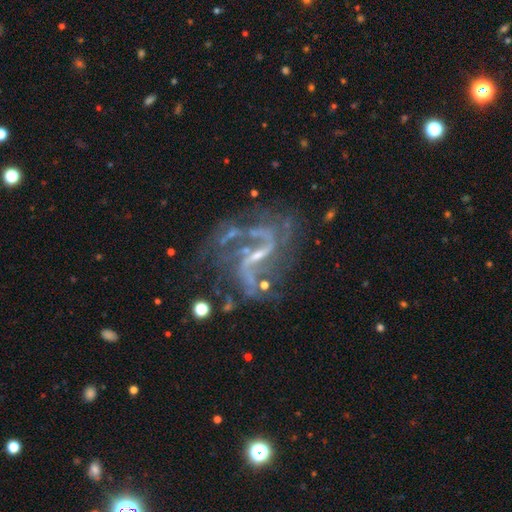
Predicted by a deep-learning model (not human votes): Q: Smooth or featured?
A: featured or disk (89%); runner-up: star or artifact (7%)
Q: Edge-on disk?
A: no (98%); runner-up: yes (2%)
Q: Bar?
A: weak (44%); runner-up: strong (40%)
Q: Spiral arms?
A: yes (96%); runner-up: no (4%)
Q: Spiral winding?
A: loose (45%); runner-up: medium (42%)
Q: Spiral arm count?
A: 2 (76%); runner-up: can't tell (7%)
Q: Bulge size?
A: small (72%); runner-up: moderate (13%)
Q: Merging?
A: none (53%); runner-up: minor disturbance (20%)